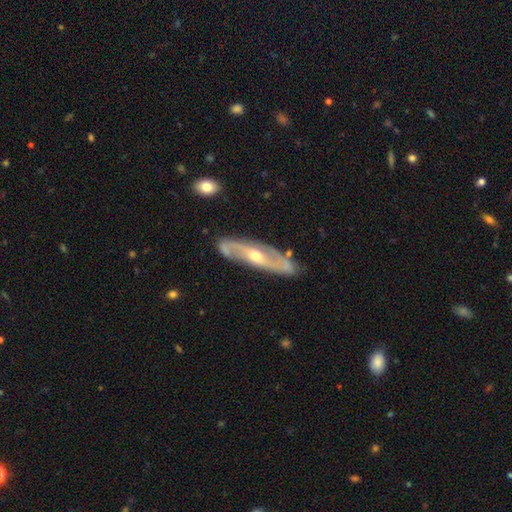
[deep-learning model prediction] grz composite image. It shows a featured or disk galaxy (84%) with no bar (46%), 2 (84%) medium (43%) spiral arms (91%) and a moderate central bulge (51%). Merging: none (80%).